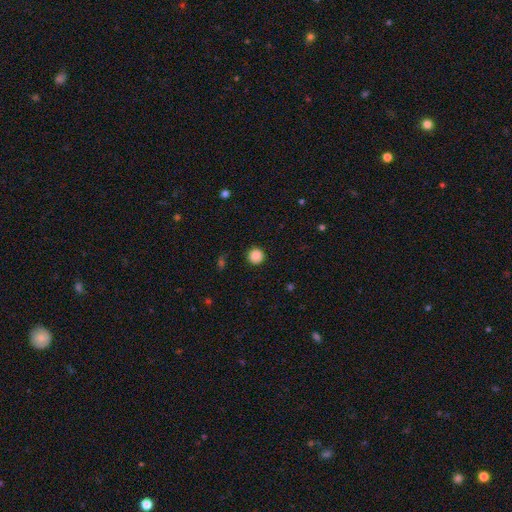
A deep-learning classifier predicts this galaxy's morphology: This is clearly a smooth galaxy (87%). How rounded: clearly round (95%). Merging: clearly none (91%).